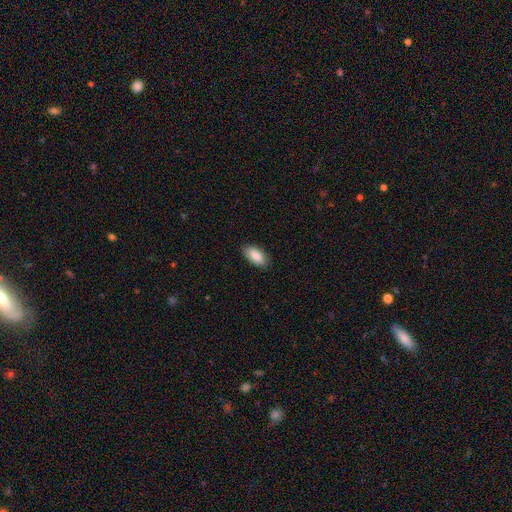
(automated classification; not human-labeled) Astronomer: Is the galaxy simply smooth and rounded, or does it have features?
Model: smooth — 87%.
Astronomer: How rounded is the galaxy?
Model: in between — 93%.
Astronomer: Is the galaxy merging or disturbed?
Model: none — 87%.